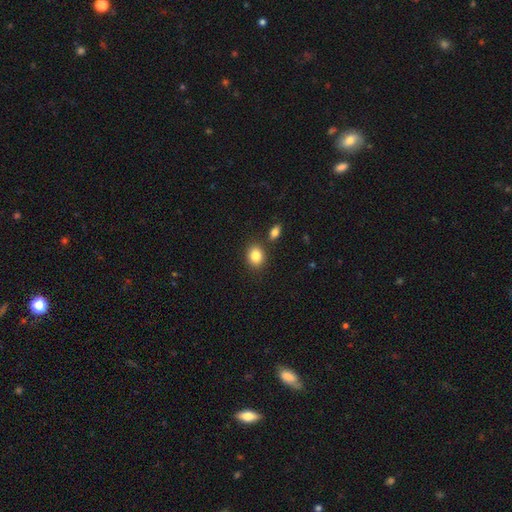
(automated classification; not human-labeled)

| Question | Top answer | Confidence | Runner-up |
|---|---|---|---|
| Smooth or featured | smooth | 85% | star or artifact (9%) |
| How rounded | round | 58% | in between (41%) |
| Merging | none | 80% | minor disturbance (9%) |